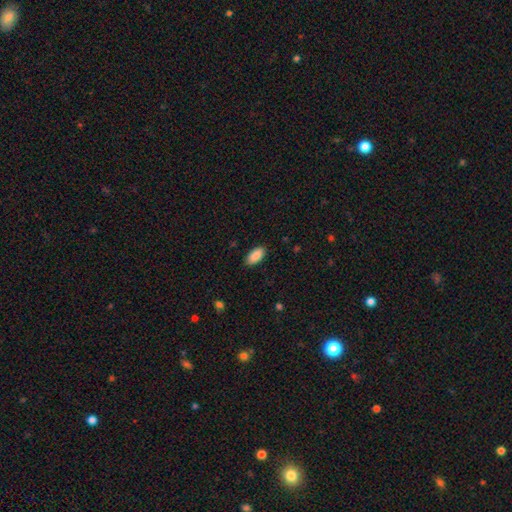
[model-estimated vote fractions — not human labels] Smooth or featured? Predicted: smooth (p=0.89). How rounded? Predicted: in between (p=0.93). Merging? Predicted: none (p=0.87).